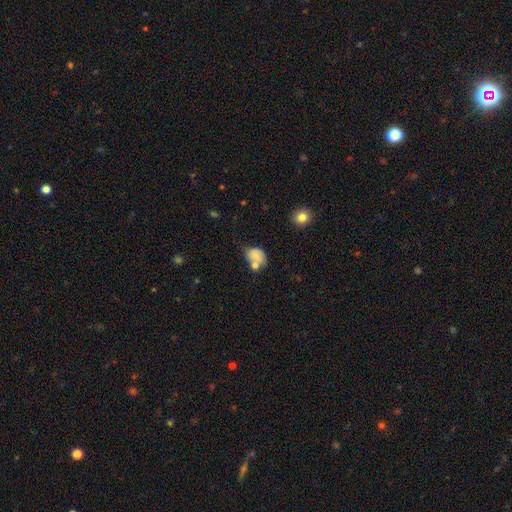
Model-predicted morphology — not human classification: type=smooth (66%); roundness=in between (61%); merging=none (34%).